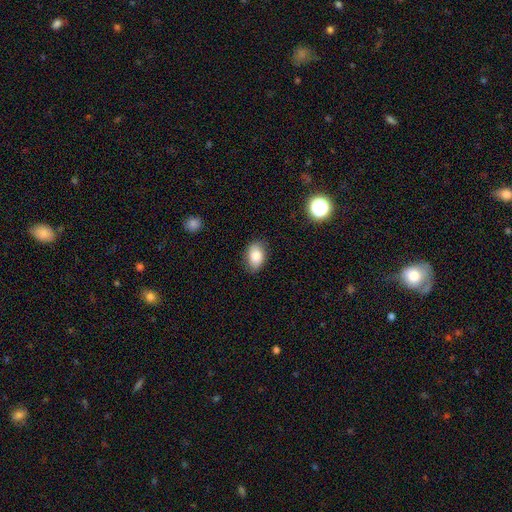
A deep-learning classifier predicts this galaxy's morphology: type=smooth (83%); roundness=in between (88%); merging=none (83%).